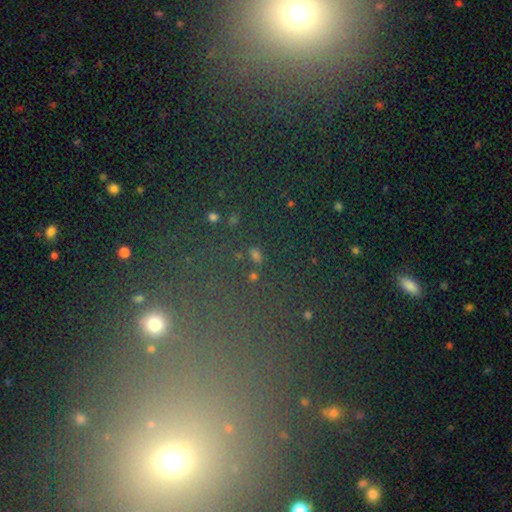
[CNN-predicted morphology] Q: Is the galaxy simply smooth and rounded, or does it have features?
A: smooth — 51%.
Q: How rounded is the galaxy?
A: in between — 57%.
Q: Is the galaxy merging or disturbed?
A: none — 74%.